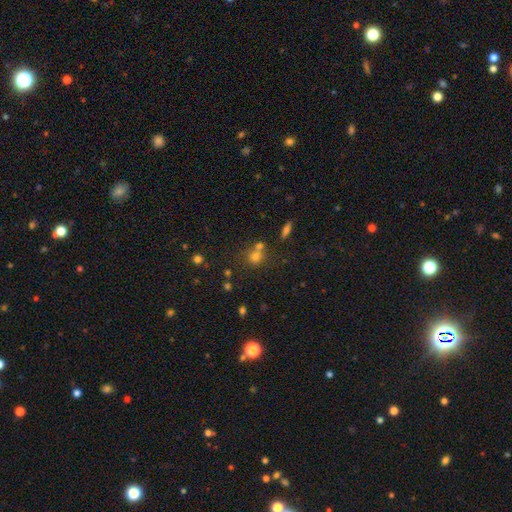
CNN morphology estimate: A smooth galaxy with no disk features (61%) that is round (84%).

Vote fractions:
- Smooth or featured? smooth: 61% / star or artifact: 28% / featured or disk: 11%
- How rounded? round: 84% / in between: 15% / cigar-shaped: 2%
- Merging? none: 56% / merger: 32% / minor disturbance: 9% / major disturbance: 4%